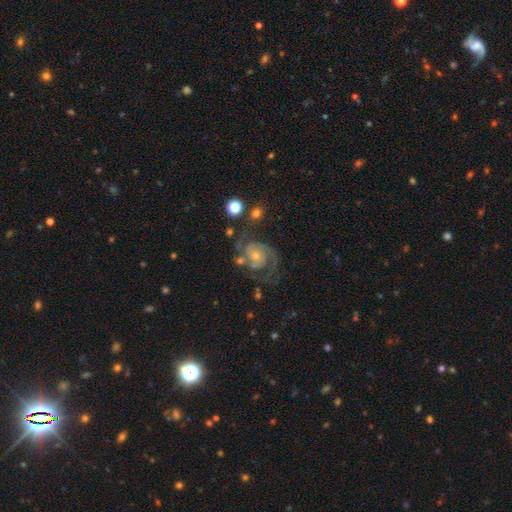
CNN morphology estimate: Smooth or featured?
  - featured or disk: 88% *
  - star or artifact: 7%
  - smooth: 5%
Edge-on disk?
  - no: 98% *
  - yes: 2%
Bar?
  - no: 69% *
  - weak: 25%
  - strong: 6%
Spiral arms?
  - yes: 98% *
  - no: 2%
Spiral winding?
  - medium: 48% *
  - tight: 42%
  - loose: 11%
Spiral arm count?
  - 2: 80% *
  - 3: 7%
  - can't tell: 6%
  - 1: 3%
  - 4: 2%
  - more than 4: 2%
Bulge size?
  - small: 57% *
  - moderate: 37%
  - none: 3%
  - large: 2%
  - dominant: 1%
Merging?
  - none: 64% *
  - minor disturbance: 18%
  - major disturbance: 13%
  - merger: 6%